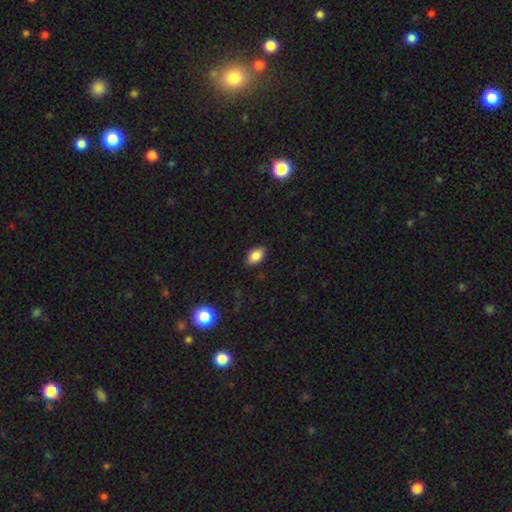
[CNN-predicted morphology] smooth_or_featured: smooth (p=0.86) [alt: star or artifact p=0.09]
how_rounded: in between (p=0.90) [alt: round p=0.08]
merging: none (p=0.87) [alt: minor disturbance p=0.10]